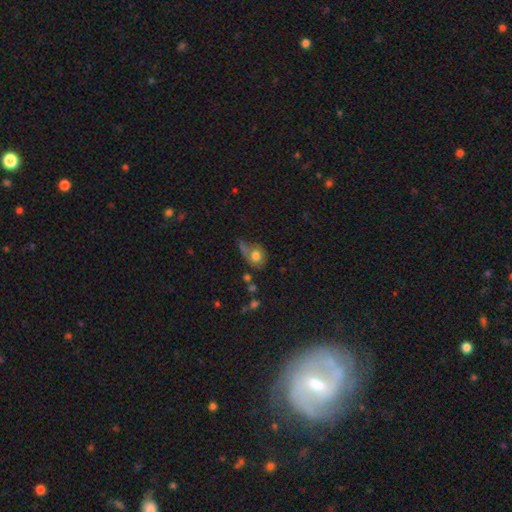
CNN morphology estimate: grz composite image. It shows a smooth galaxy with no disk features (72%) that is round (57%). Merging: none (35%).